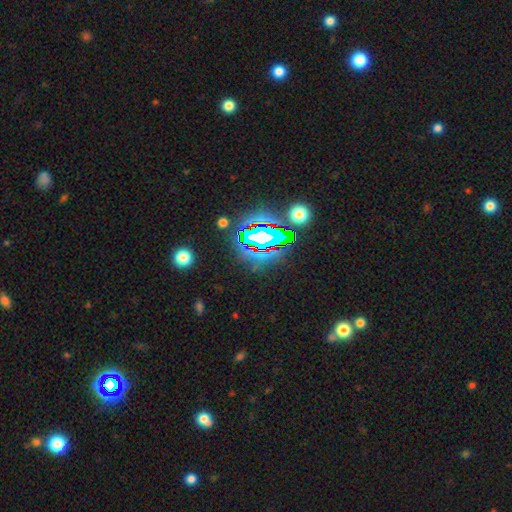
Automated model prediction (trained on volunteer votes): smooth_or_featured: star or artifact (p=0.78) [alt: smooth p=0.12]